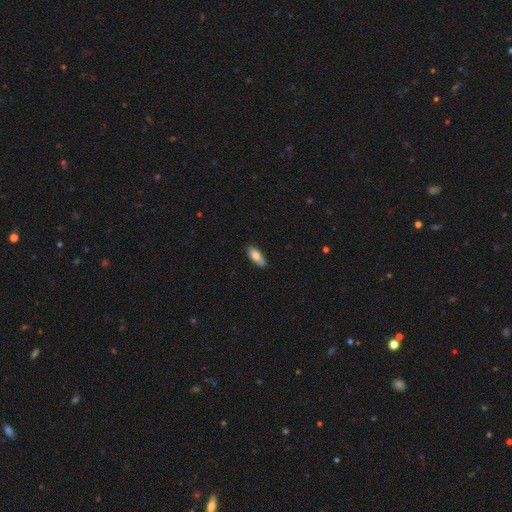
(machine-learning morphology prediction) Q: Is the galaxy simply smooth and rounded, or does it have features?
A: smooth — 78%.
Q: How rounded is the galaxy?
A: in between — 82%.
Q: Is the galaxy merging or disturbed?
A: none — 82%.